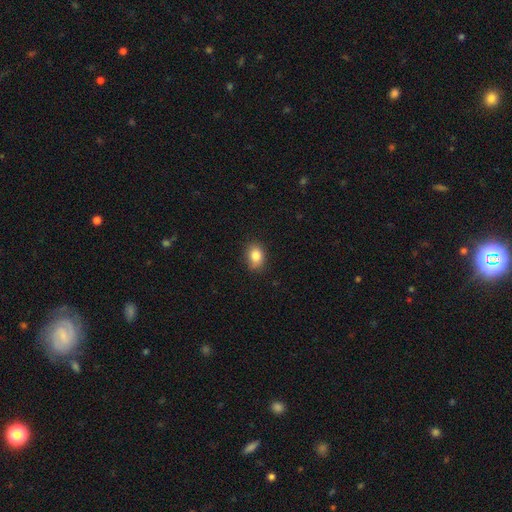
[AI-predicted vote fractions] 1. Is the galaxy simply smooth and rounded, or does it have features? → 84% smooth, 9% star or artifact, 7% featured or disk.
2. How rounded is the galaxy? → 64% in between, 34% round, 1% cigar-shaped.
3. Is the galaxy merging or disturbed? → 79% none, 17% minor disturbance, 3% major disturbance, 1% merger.